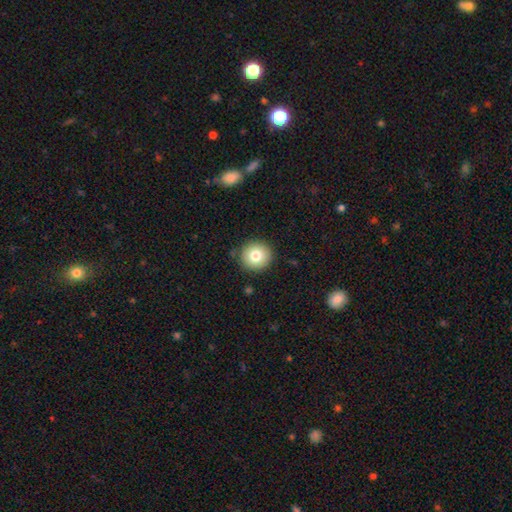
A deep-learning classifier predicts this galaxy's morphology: Smooth or featured: smooth — 79% (featured or disk — 11%)
How rounded: round — 92% (in between — 7%)
Merging: none — 88% (minor disturbance — 8%)